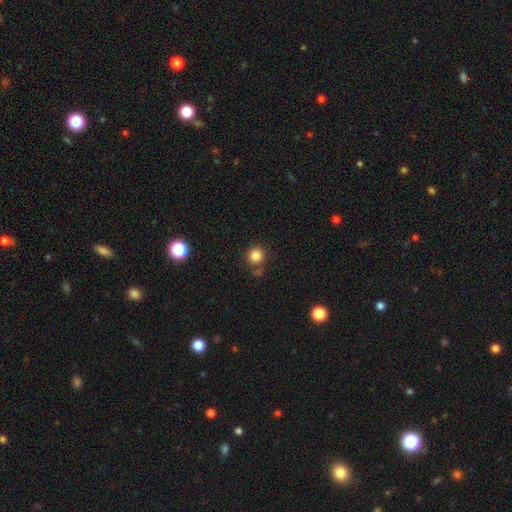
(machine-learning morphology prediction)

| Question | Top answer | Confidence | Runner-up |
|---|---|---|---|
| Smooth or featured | smooth | 83% | star or artifact (12%) |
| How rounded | round | 93% | in between (6%) |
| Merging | none | 77% | minor disturbance (10%) |